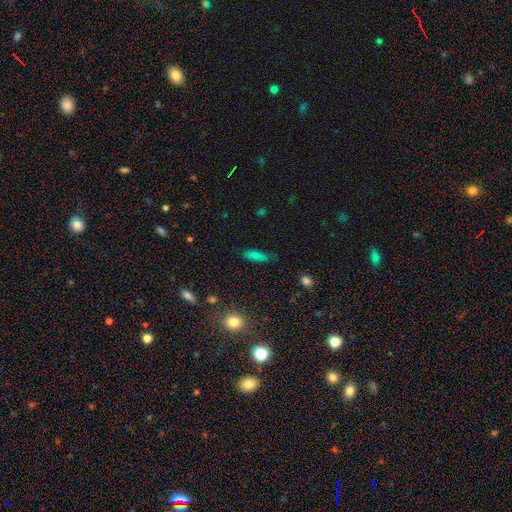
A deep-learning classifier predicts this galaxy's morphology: Overall: smooth (81%). How rounded: in between (53%; cigar-shaped 44%). Merging: none (75%).